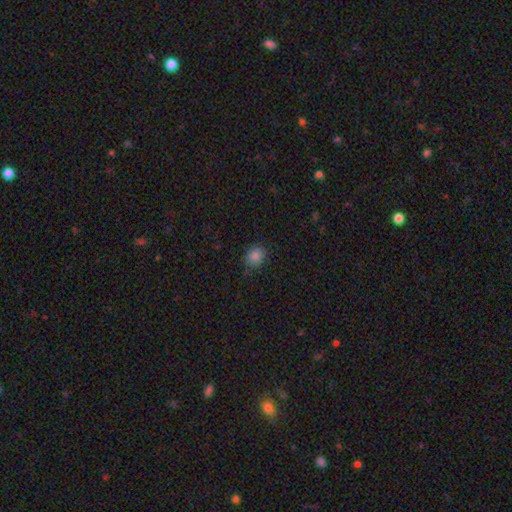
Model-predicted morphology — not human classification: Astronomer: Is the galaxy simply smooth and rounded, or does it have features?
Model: smooth — 85%.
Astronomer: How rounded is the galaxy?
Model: round — 59% (runner-up: in between, 41%).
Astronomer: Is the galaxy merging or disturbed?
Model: none — 77%.